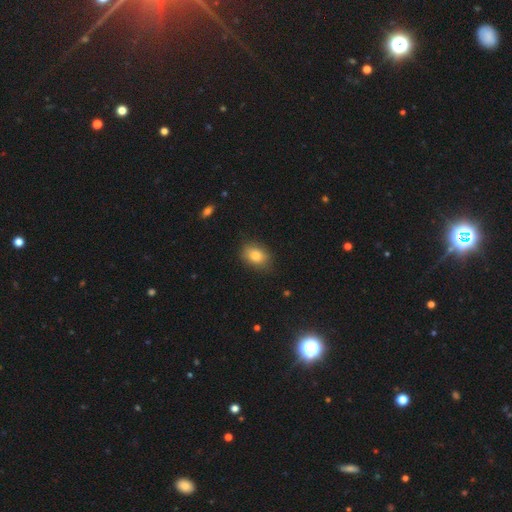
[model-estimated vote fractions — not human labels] This is clearly a smooth galaxy (82%). How rounded: likely in between (76%). Merging: likely none (79%).